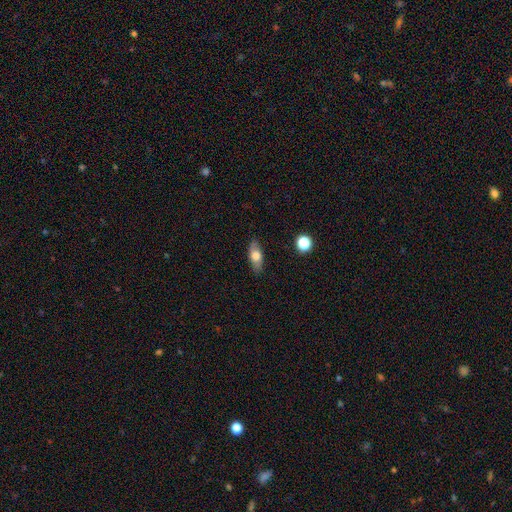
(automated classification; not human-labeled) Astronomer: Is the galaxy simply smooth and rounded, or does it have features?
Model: smooth — 68%.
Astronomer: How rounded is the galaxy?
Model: in between — 79%.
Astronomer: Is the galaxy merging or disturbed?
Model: none — 86%.